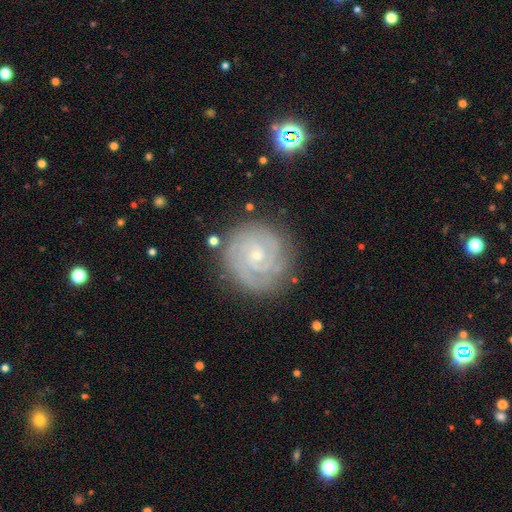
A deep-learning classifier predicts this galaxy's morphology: type=featured or disk (86%); edge-on=no (98%); bar=no (74%); spiral arms=yes (98%); winding=tight (81%); arm count=2 (36%); bulge=small (81%); merging=none (82%).